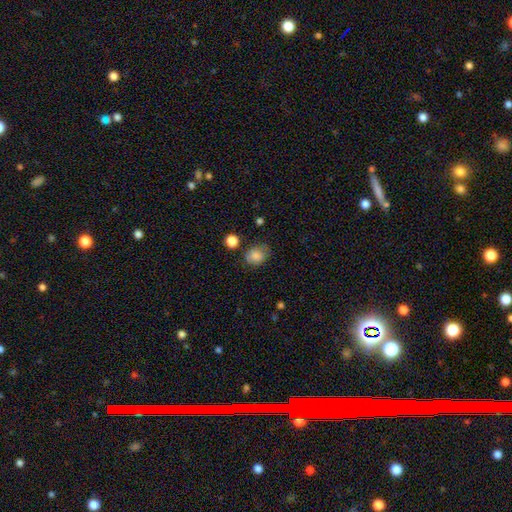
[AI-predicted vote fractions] This is clearly a smooth galaxy (85%). How rounded: possibly in between (56%). Merging: likely none (67%).